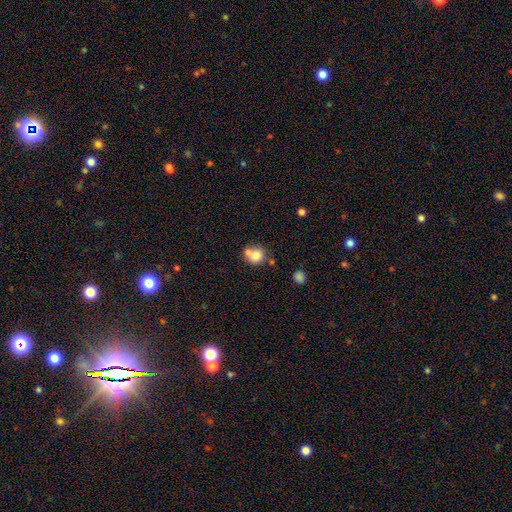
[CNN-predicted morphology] Smooth or featured?
  - smooth: 77% *
  - featured or disk: 12%
  - star or artifact: 10%
How rounded?
  - round: 81% *
  - in between: 18%
  - cigar-shaped: 1%
Merging?
  - merger: 43% * (tied)
  - none: 43% * (tied)
  - minor disturbance: 10%
  - major disturbance: 4%